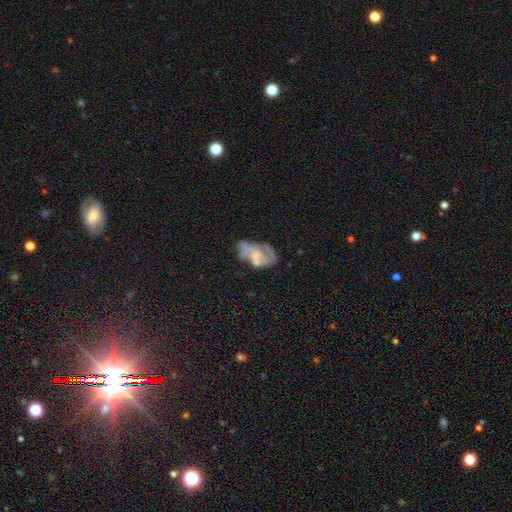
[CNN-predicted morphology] smooth_or_featured: featured or disk (p=0.64) [alt: smooth p=0.27]
disk_edge_on: no (p=0.97) [alt: yes p=0.03]
bar: no (p=0.72) [alt: weak p=0.23]
has_spiral_arms: yes (p=0.56) [alt: no p=0.44]
bulge_size: small (p=0.39) [alt: none p=0.32]
merging: none (p=0.37) [alt: major disturbance p=0.26]